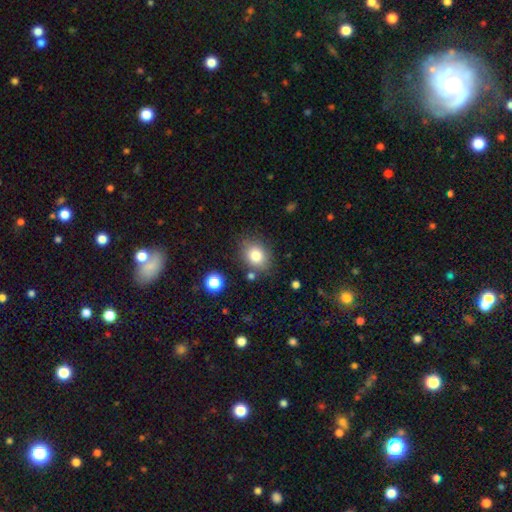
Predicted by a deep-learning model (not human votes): Morphology: type=smooth (81%); roundness=in between (53%); merging=none (78%).